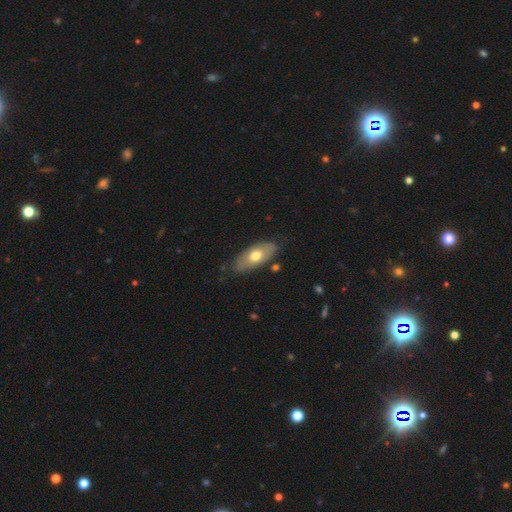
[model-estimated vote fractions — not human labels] This is possibly a smooth galaxy (57%). How rounded: clearly in between (88%). Merging: likely none (74%).